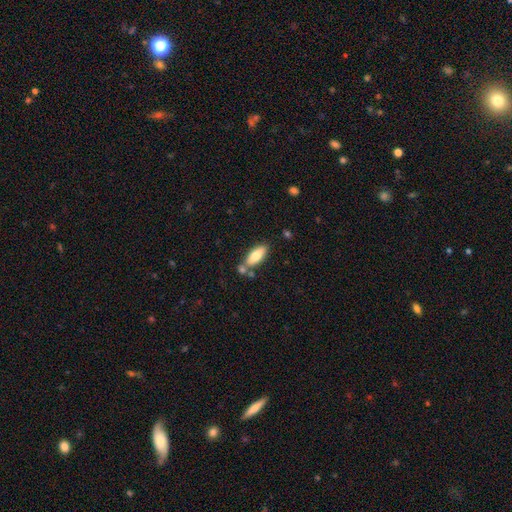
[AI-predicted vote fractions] Smooth or featured? Predicted: smooth (p=0.74). How rounded? Predicted: in between (p=0.80). Merging? Predicted: none (p=0.63).